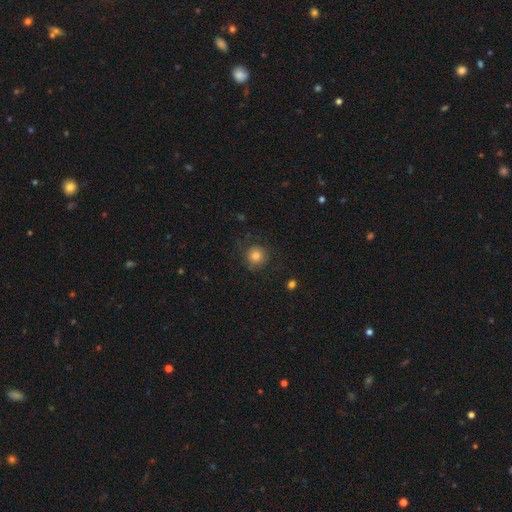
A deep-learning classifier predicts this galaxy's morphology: This appears to be a smooth galaxy with no disk features (80%) that is round (93%). Merging: none (80%).